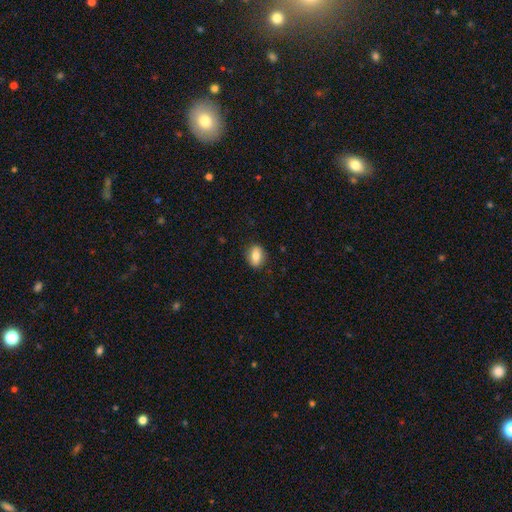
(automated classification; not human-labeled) A smooth galaxy with no disk features (80%) that is in between round and cigar-shaped (74%).

Vote fractions:
- Smooth or featured? smooth: 80% / featured or disk: 12% / star or artifact: 8%
- How rounded? in between: 74% / round: 23% / cigar-shaped: 3%
- Merging? none: 86% / minor disturbance: 11% / major disturbance: 3% / merger: 1%